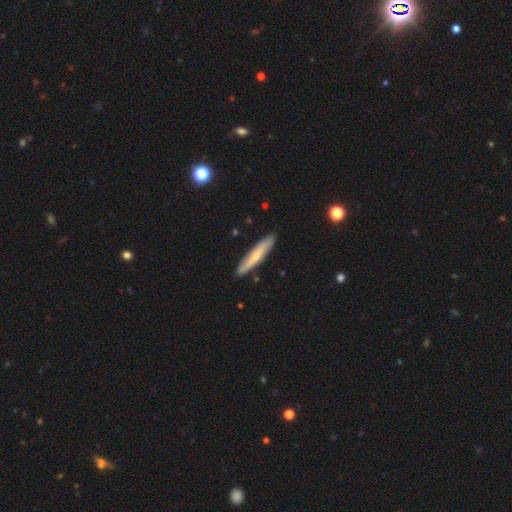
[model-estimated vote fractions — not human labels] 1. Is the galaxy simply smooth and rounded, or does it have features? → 48% smooth, 47% featured or disk, 5% star or artifact.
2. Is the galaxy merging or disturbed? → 89% none, 8% minor disturbance, 2% major disturbance, 1% merger.